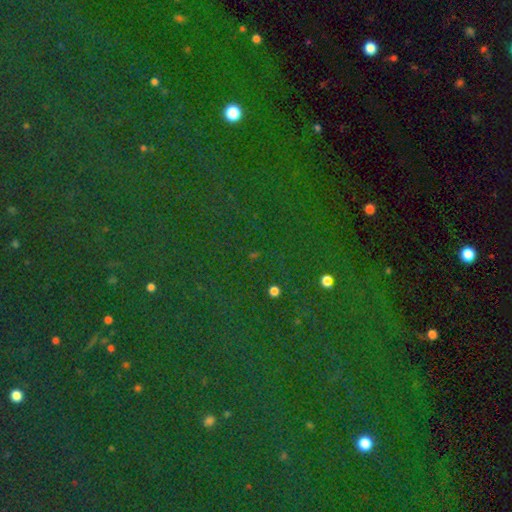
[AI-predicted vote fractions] Smooth or featured? Predicted: star or artifact (p=0.82).